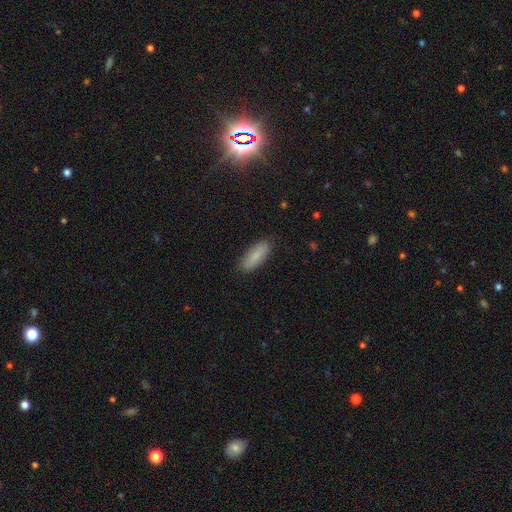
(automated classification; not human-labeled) smooth-or-featured: smooth: 85% | featured or disk: 9% | star or artifact: 6%
  how-rounded: in between: 63% | cigar-shaped: 35% | round: 2%
  merging: none: 86% | minor disturbance: 11% | major disturbance: 2% | merger: 1%